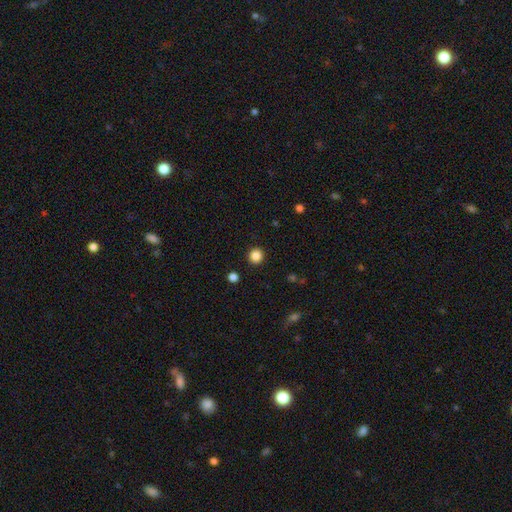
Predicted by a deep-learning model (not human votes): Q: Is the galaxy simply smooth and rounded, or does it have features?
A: smooth — 86%.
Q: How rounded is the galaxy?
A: round — 93%.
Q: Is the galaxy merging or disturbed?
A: none — 92%.